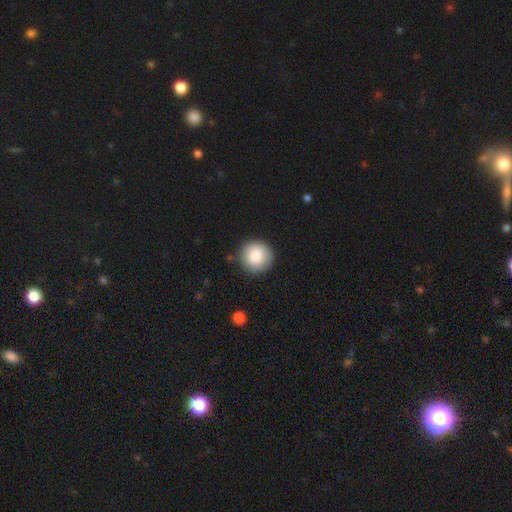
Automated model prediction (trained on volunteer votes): A smooth galaxy with no disk features (86%) that is round (95%). Merging: none (89%).